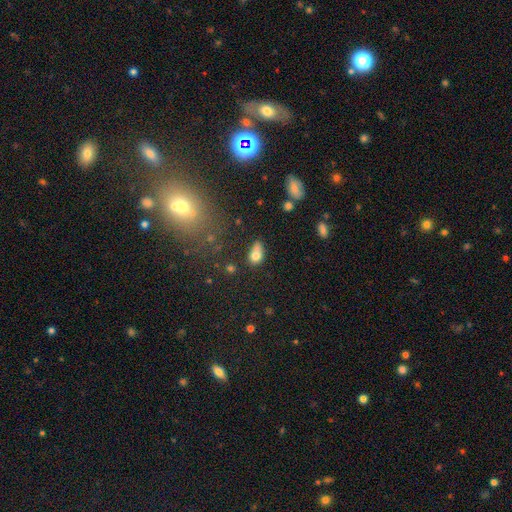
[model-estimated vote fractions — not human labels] Smooth or featured: smooth — 76% (featured or disk — 13%)
How rounded: in between — 76% (round — 20%)
Merging: none — 37% (minor disturbance — 29%)